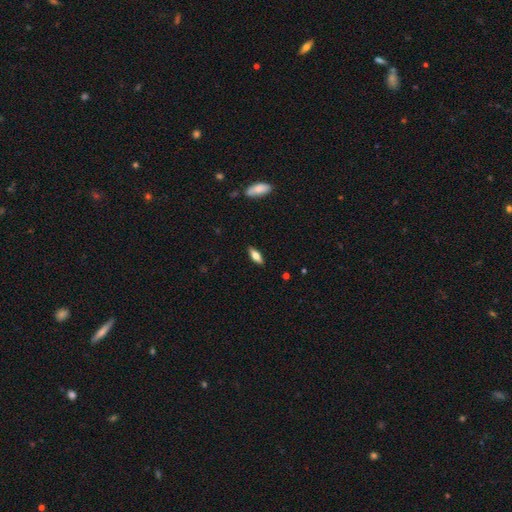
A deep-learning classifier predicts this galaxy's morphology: smooth-or-featured: smooth: 60% | featured or disk: 33% | star or artifact: 7%
  how-rounded: in between: 66% | cigar-shaped: 31% | round: 3%
  merging: none: 88% | minor disturbance: 9% | major disturbance: 2% | merger: 1%